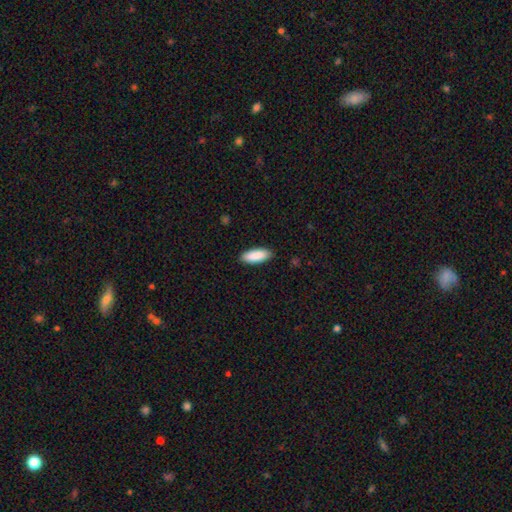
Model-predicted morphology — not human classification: A smooth galaxy with no disk features (91%) that is in between round and cigar-shaped (76%).

Vote fractions:
- Smooth or featured? smooth: 91% / star or artifact: 5% / featured or disk: 4%
- How rounded? in between: 76% / cigar-shaped: 23% / round: 2%
- Merging? none: 89% / minor disturbance: 8% / major disturbance: 2% / merger: 1%